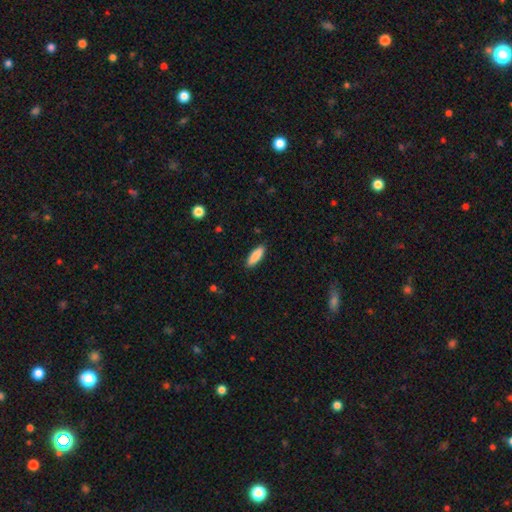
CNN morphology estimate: smooth 87%, featured or disk 7%, star or artifact 6%. Down the decision tree: how rounded — in between (54%); merging — none (89%).